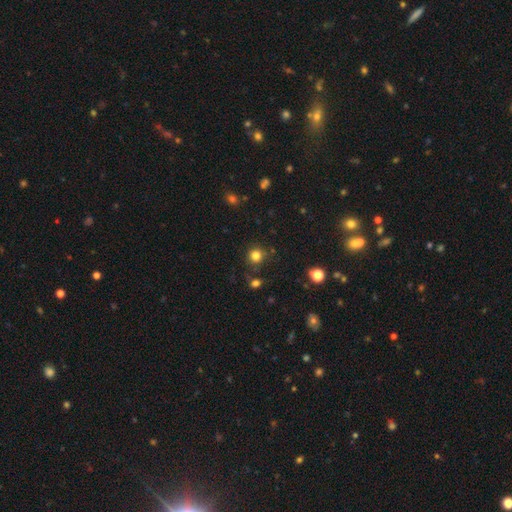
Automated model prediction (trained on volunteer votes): Smooth or featured: smooth — 81% (star or artifact — 14%)
How rounded: round — 91% (in between — 8%)
Merging: none — 81% (minor disturbance — 10%)